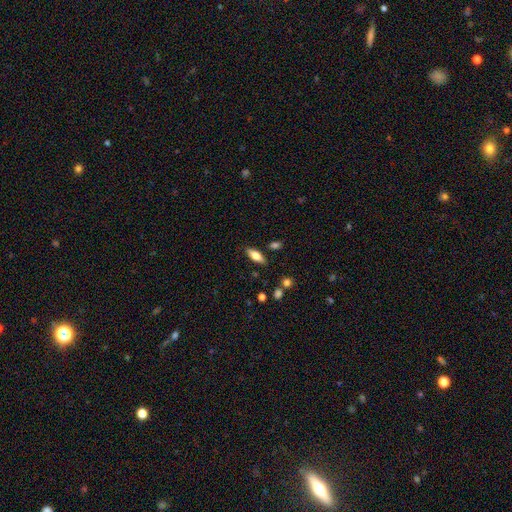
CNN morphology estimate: Smooth or featured?
  - smooth: 69% *
  - featured or disk: 24%
  - star or artifact: 7%
How rounded?
  - in between: 76% *
  - cigar-shaped: 21%
  - round: 3%
Merging?
  - none: 83% *
  - minor disturbance: 11%
  - merger: 3%
  - major disturbance: 3%